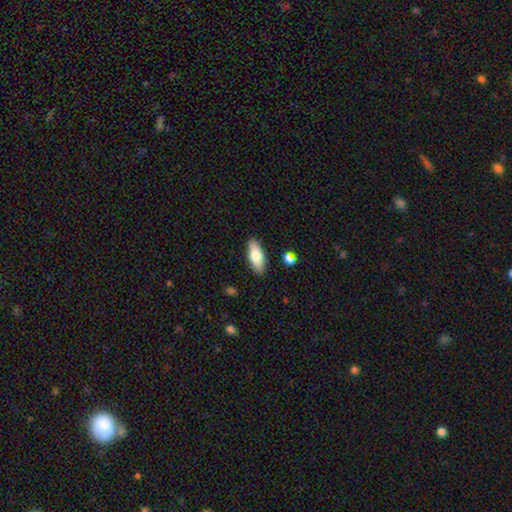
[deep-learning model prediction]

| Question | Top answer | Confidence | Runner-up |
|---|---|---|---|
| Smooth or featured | smooth | 76% | featured or disk (18%) |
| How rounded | in between | 77% | cigar-shaped (21%) |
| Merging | none | 88% | minor disturbance (8%) |